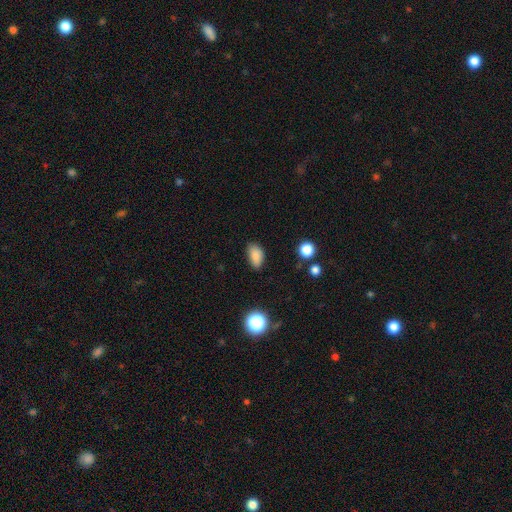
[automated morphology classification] This is clearly a smooth galaxy (83%). How rounded: clearly in between (89%). Merging: likely none (74%).